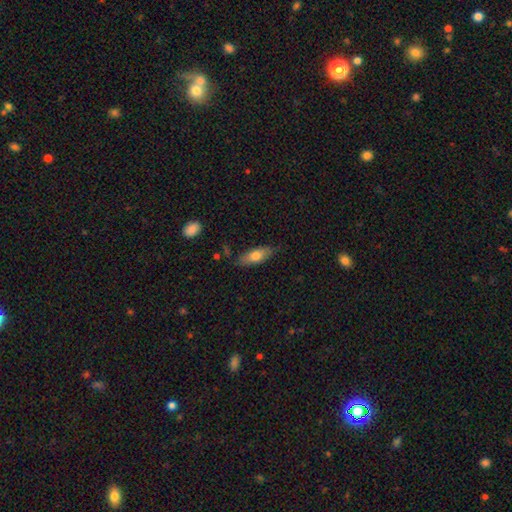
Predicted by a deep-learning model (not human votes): Q: Smooth or featured?
A: smooth (67%); runner-up: featured or disk (26%)
Q: How rounded?
A: in between (65%); runner-up: cigar-shaped (32%)
Q: Merging?
A: none (77%); runner-up: minor disturbance (18%)